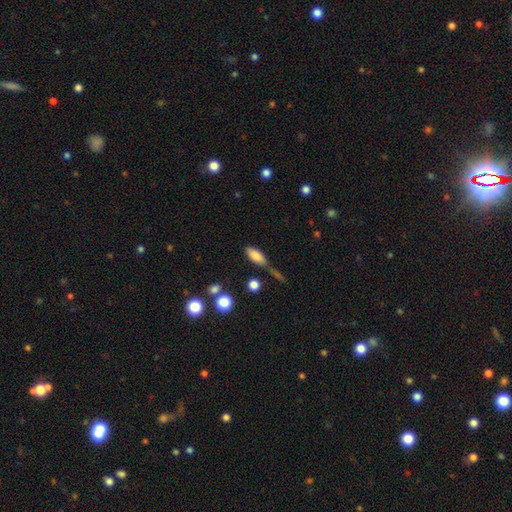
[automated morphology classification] Q: Smooth or featured?
A: smooth (81%); runner-up: featured or disk (10%)
Q: How rounded?
A: in between (82%); runner-up: cigar-shaped (15%)
Q: Merging?
A: none (55%); runner-up: minor disturbance (23%)